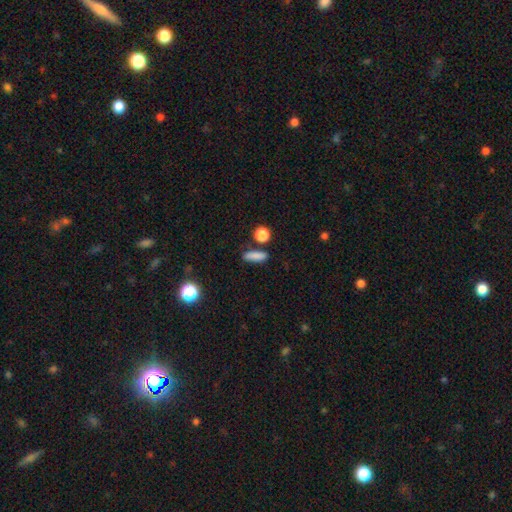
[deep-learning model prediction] A smooth galaxy with no disk features (83%) that is cigar-shaped (49%).

Vote fractions:
- Smooth or featured? smooth: 83% / star or artifact: 10% / featured or disk: 7%
- How rounded? cigar-shaped: 49% / in between: 40% / round: 10%
- Merging? none: 77% / minor disturbance: 12% / merger: 7% / major disturbance: 4%